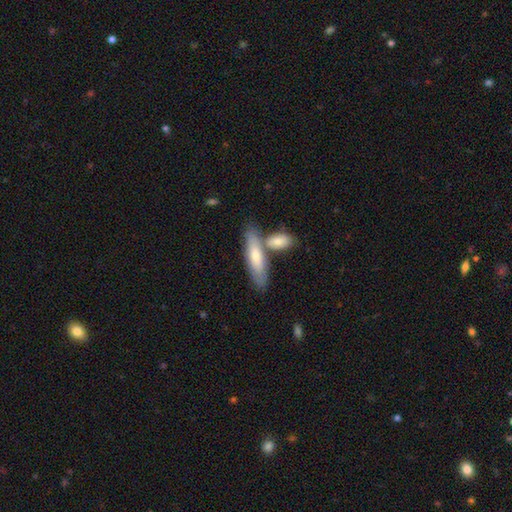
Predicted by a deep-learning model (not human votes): The model was most divided on "merging": none: 54%, merger: 31%, minor disturbance: 12%, major disturbance: 3%. More confident: smooth or featured — smooth (65%); how rounded — cigar-shaped (61%).